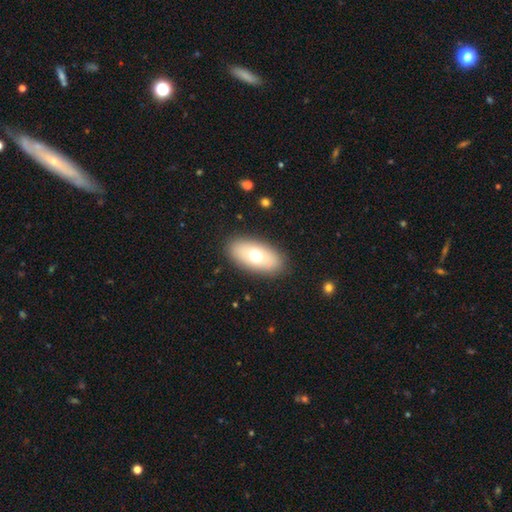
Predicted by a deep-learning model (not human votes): This is likely a smooth galaxy (66%). How rounded: clearly in between (90%). Merging: clearly none (86%).